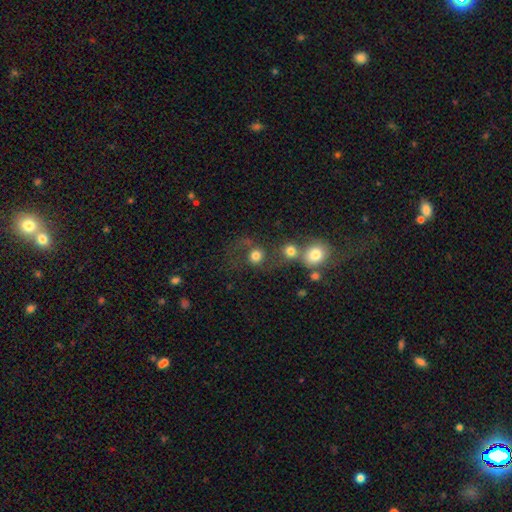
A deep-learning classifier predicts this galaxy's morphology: A smooth galaxy with no disk features (69%) that is round (83%).

Vote fractions:
- Smooth or featured? smooth: 69% / featured or disk: 18% / star or artifact: 13%
- How rounded? round: 83% / in between: 16% / cigar-shaped: 1%
- Merging? none: 43% / merger: 31% / major disturbance: 15% / minor disturbance: 11%